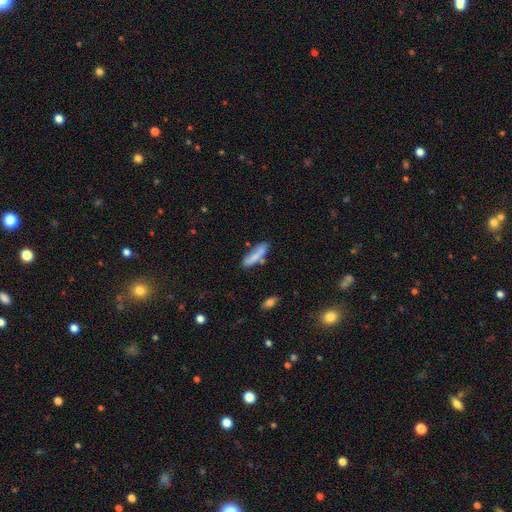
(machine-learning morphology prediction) A smooth galaxy with no disk features (76%) that is cigar-shaped (69%).

Vote fractions:
- Smooth or featured? smooth: 76% / featured or disk: 17% / star or artifact: 7%
- How rounded? cigar-shaped: 69% / in between: 29% / round: 2%
- Merging? none: 65% / minor disturbance: 20% / merger: 10% / major disturbance: 5%